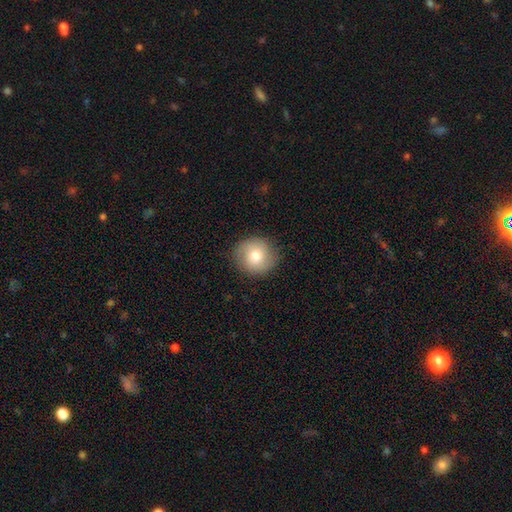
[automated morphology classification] This is likely a smooth galaxy (74%). How rounded: clearly round (90%). Merging: clearly none (87%).